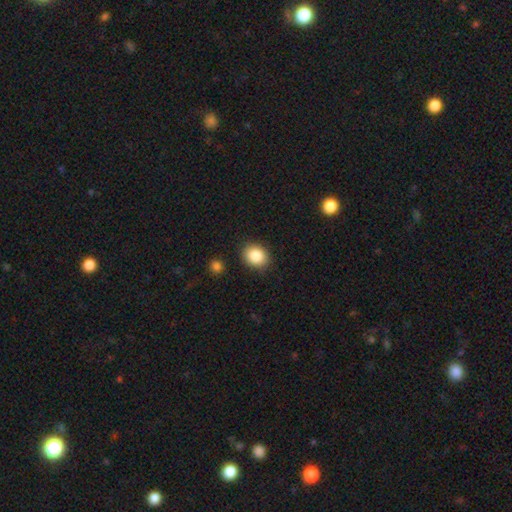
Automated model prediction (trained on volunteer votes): Smooth or featured?
  - smooth: 86% *
  - star or artifact: 8%
  - featured or disk: 5%
How rounded?
  - round: 58% *
  - in between: 41%
  - cigar-shaped: 1%
Merging?
  - none: 88% *
  - minor disturbance: 8%
  - major disturbance: 2%
  - merger: 2%